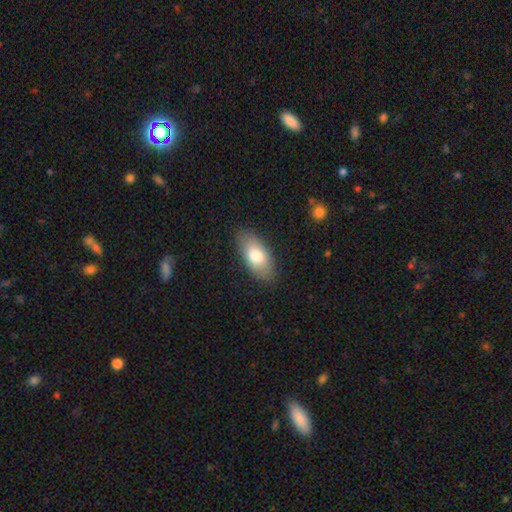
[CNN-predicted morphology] Smooth or featured: smooth — 77% (featured or disk — 17%)
How rounded: in between — 89% (cigar-shaped — 9%)
Merging: none — 84% (minor disturbance — 12%)